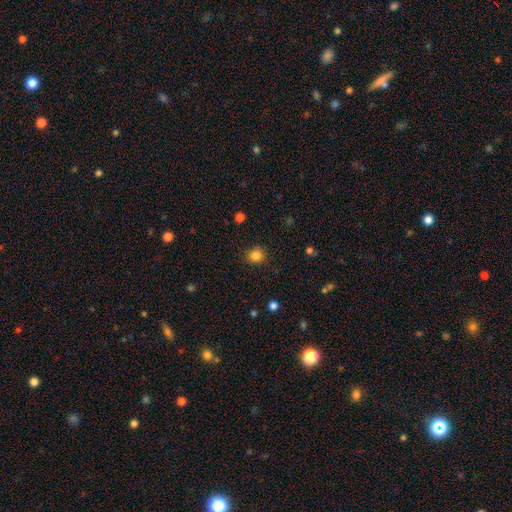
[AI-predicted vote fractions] smooth 84%, star or artifact 12%, featured or disk 4%. Down the decision tree: how rounded — round (80%); merging — none (87%).